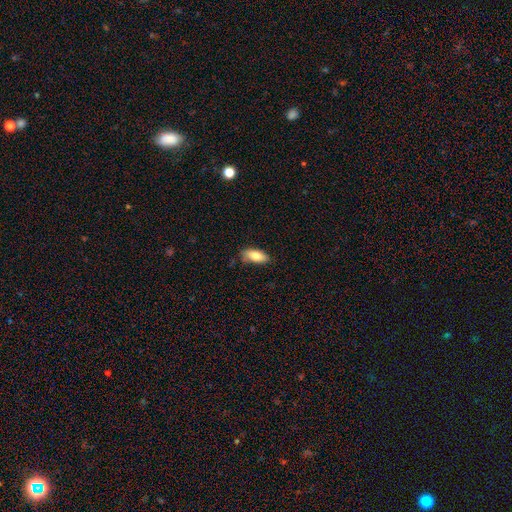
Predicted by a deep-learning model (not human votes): Morphology: type=smooth (80%); roundness=in between (84%); merging=none (75%).